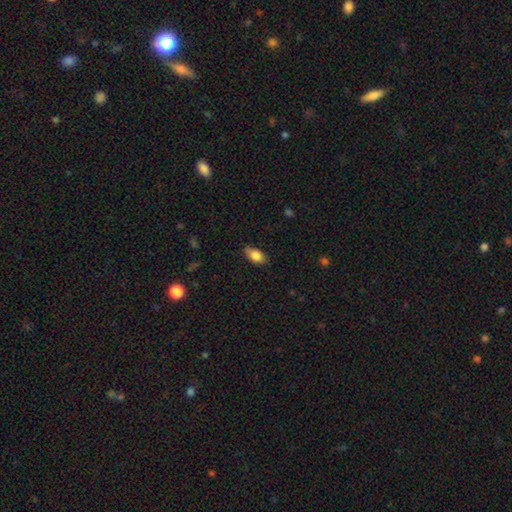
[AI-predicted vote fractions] A smooth galaxy with no disk features (83%) that is in between round and cigar-shaped (90%).

Vote fractions:
- Smooth or featured? smooth: 83% / featured or disk: 9% / star or artifact: 8%
- How rounded? in between: 90% / round: 6% / cigar-shaped: 5%
- Merging? none: 73% / minor disturbance: 22% / major disturbance: 3% / merger: 1%